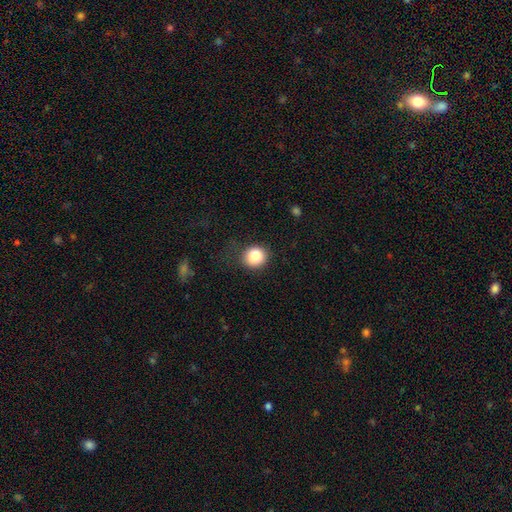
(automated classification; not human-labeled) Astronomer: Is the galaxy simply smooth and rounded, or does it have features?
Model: smooth — 84%.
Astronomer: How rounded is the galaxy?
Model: round — 83%.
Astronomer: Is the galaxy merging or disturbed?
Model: none — 79%.